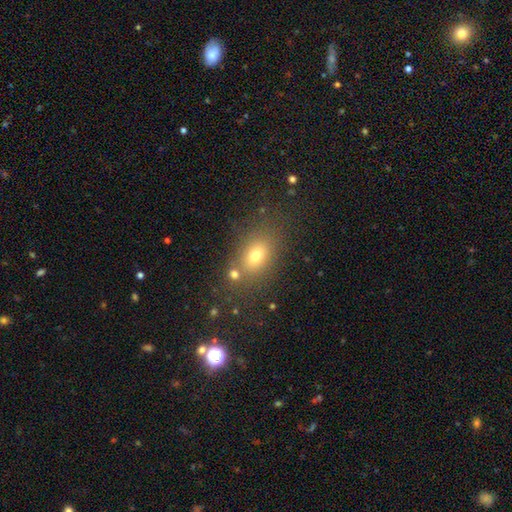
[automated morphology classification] A smooth galaxy with no disk features (71%) that is in between round and cigar-shaped (73%). Merging: none (72%).